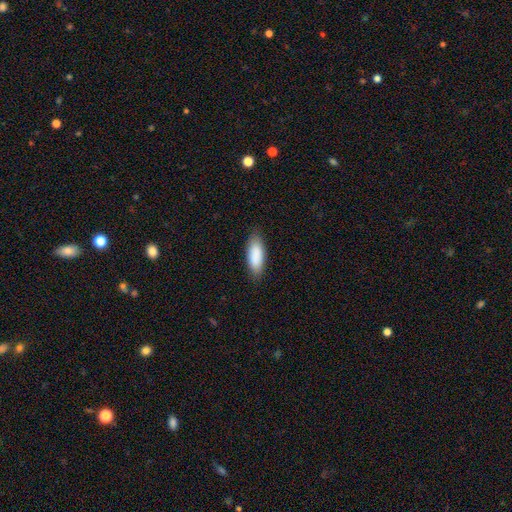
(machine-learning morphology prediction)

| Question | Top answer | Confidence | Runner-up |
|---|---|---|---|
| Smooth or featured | smooth | 89% | featured or disk (6%) |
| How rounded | in between | 76% | cigar-shaped (23%) |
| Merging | none | 85% | minor disturbance (12%) |